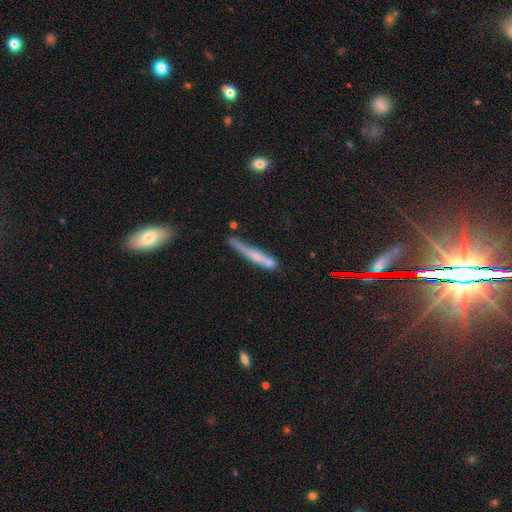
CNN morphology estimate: The model was most divided on "smooth or featured": smooth: 50%, featured or disk: 41%, star or artifact: 8%. More confident: how rounded — cigar-shaped (94%); merging — none (51%).